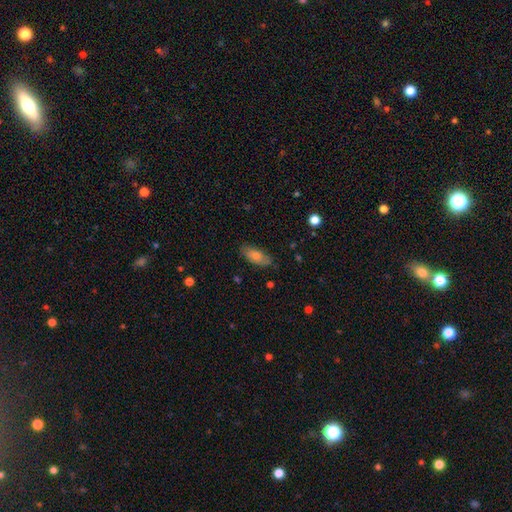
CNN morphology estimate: Smooth or featured?
  - smooth: 66% *
  - featured or disk: 26%
  - star or artifact: 8%
How rounded?
  - in between: 83% *
  - cigar-shaped: 14%
  - round: 3%
Merging?
  - none: 81% *
  - minor disturbance: 15%
  - major disturbance: 3%
  - merger: 1%